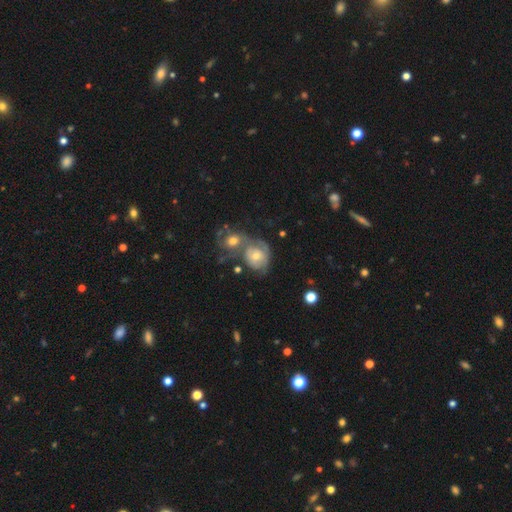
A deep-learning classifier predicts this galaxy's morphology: This is likely a featured or disk galaxy (65%). It is clearly not viewed edge-on (96%). Bar: likely no (74%). Spiral arm pattern: clearly yes (82%). Spiral arm count: marginally can't tell (40%). Spiral winding: likely tight (62%). Central bulge: possibly moderate (58%). Merging: possibly merger (55%).